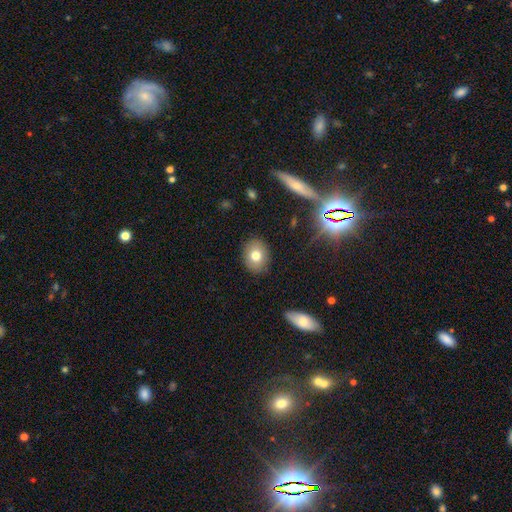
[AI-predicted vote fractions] Smooth or featured? smooth (76%)
How rounded? in between (50%)
Merging? none (87%)